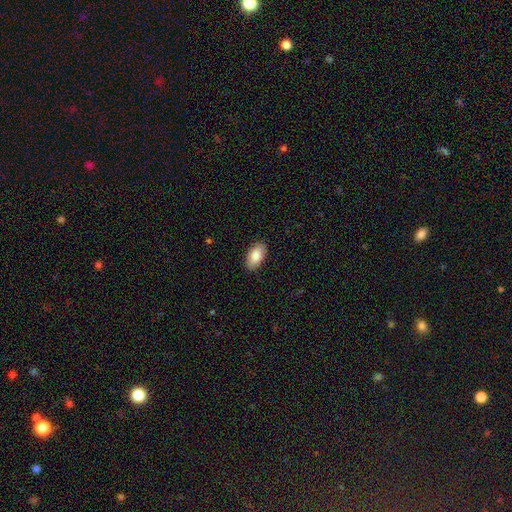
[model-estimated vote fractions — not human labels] smooth-or-featured: smooth: 84% | featured or disk: 10% | star or artifact: 6%
  how-rounded: in between: 94% | round: 3% | cigar-shaped: 3%
  merging: none: 88% | minor disturbance: 9% | major disturbance: 2% | merger: 1%